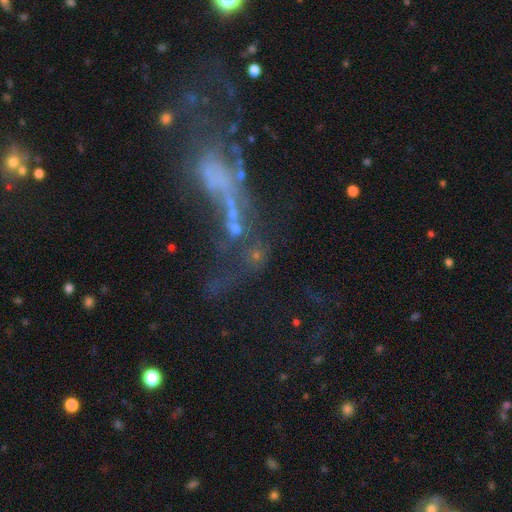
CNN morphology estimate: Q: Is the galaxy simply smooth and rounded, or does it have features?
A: featured or disk — 44%.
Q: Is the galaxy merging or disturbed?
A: none — 31%.